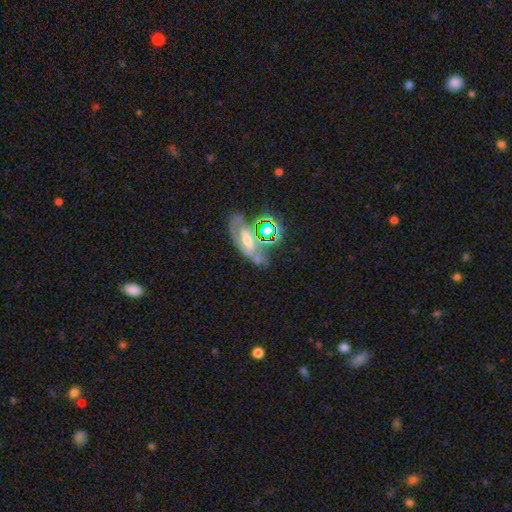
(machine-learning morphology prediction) smooth_or_featured: featured or disk (p=0.54) [alt: star or artifact p=0.24]
disk_edge_on: no (p=0.77) [alt: yes p=0.23]
merging: none (p=0.44) [alt: merger p=0.27]